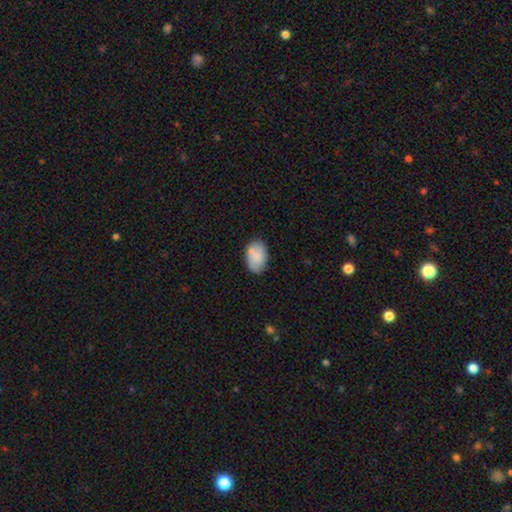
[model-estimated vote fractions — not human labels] Overall: smooth (74%). How rounded: in between (89%). Merging: none (62%).